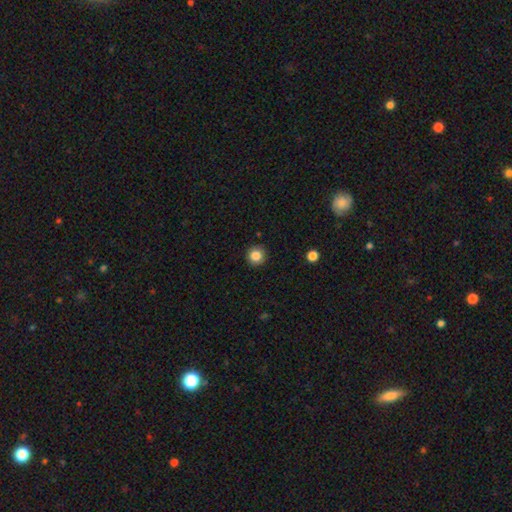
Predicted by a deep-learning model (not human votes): smooth 84%, star or artifact 11%, featured or disk 5%. Down the decision tree: how rounded — round (95%); merging — none (92%).